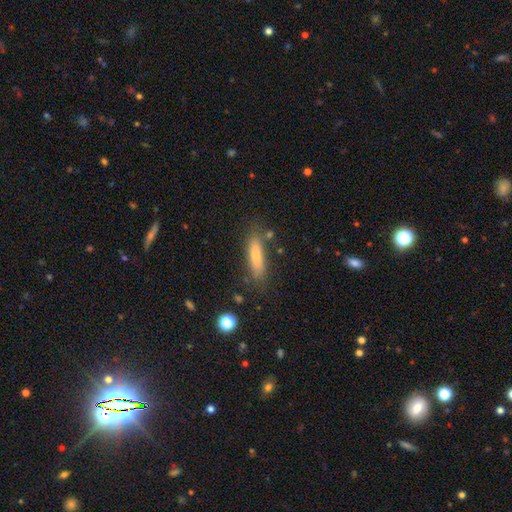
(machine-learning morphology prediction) This appears to be a smooth galaxy with no disk features (70%) that is cigar-shaped (73%). Merging: none (79%).